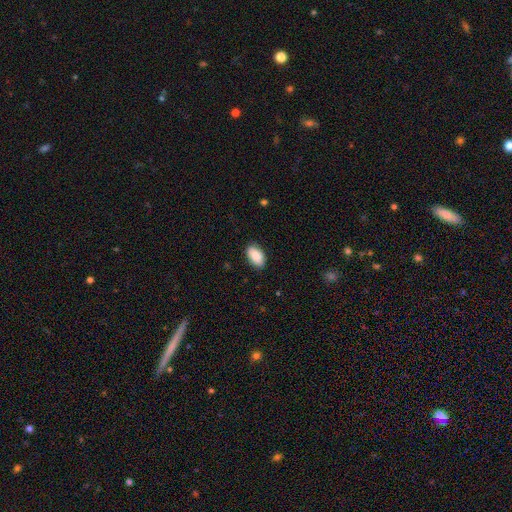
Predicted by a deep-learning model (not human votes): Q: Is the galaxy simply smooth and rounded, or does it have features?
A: smooth — 89%.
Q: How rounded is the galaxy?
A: in between — 94%.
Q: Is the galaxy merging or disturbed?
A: none — 85%.